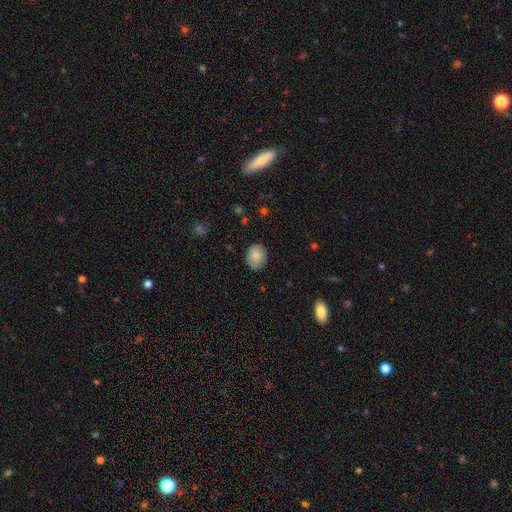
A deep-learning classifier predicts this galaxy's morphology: Overall: smooth (86%). How rounded: round (51%; in between 48%). Merging: none (82%).